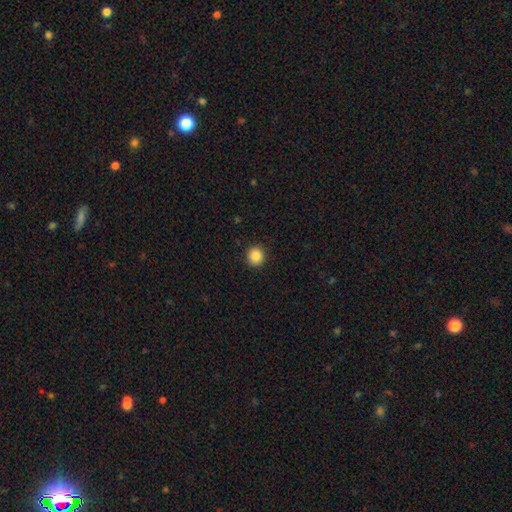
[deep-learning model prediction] Smooth or featured: smooth — 87% (star or artifact — 9%)
How rounded: round — 88% (in between — 11%)
Merging: none — 91% (minor disturbance — 6%)